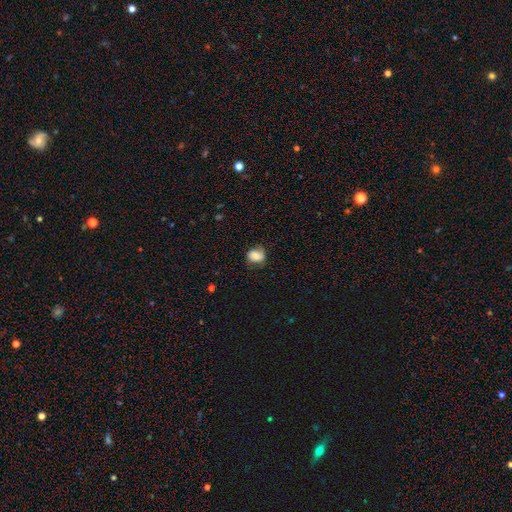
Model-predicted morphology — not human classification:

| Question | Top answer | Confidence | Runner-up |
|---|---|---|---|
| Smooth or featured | smooth | 66% | featured or disk (25%) |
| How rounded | round | 56% | in between (42%) |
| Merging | none | 64% | minor disturbance (26%) |